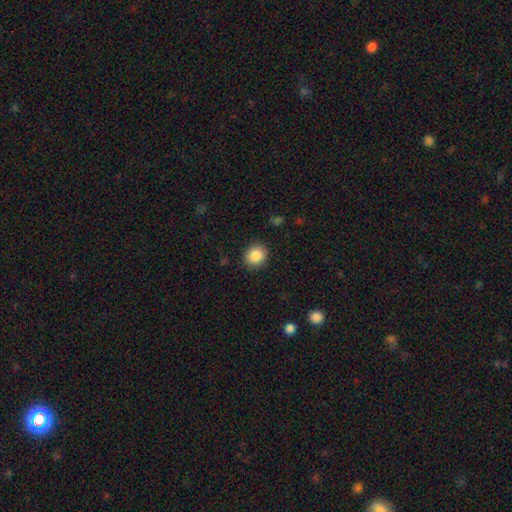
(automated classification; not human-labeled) Smooth or featured?
  - smooth: 87% *
  - star or artifact: 9%
  - featured or disk: 4%
How rounded?
  - round: 78% *
  - in between: 21%
  - cigar-shaped: 1%
Merging?
  - none: 89% *
  - minor disturbance: 7%
  - major disturbance: 2%
  - merger: 1%